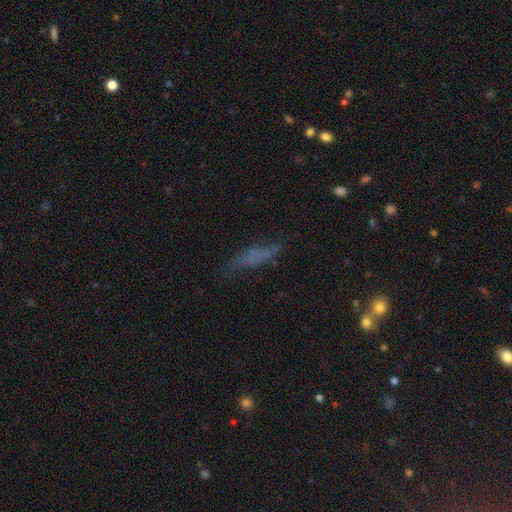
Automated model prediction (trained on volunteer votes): Smooth or featured: smooth — 53% (featured or disk — 31%)
How rounded: cigar-shaped — 69% (in between — 28%)
Merging: none — 58% (minor disturbance — 26%)